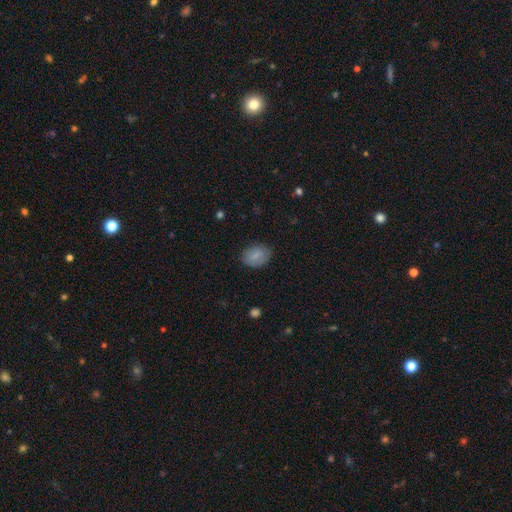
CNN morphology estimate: Smooth or featured? Predicted: smooth (p=0.79). How rounded? Predicted: in between (p=0.73). Merging? Predicted: none (p=0.81).